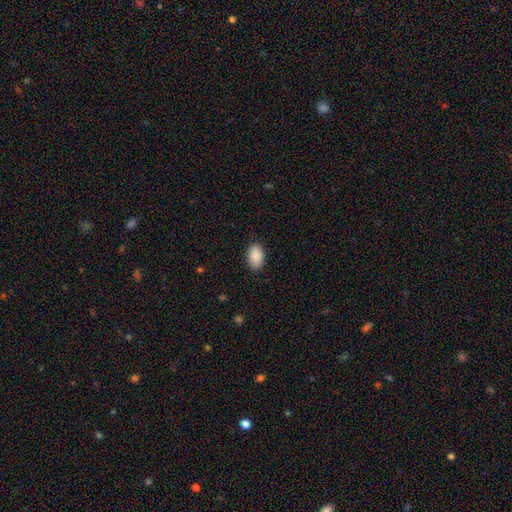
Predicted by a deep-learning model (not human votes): smooth_or_featured: smooth (p=0.90) [alt: star or artifact p=0.07]
how_rounded: in between (p=0.93) [alt: round p=0.06]
merging: none (p=0.87) [alt: minor disturbance p=0.10]